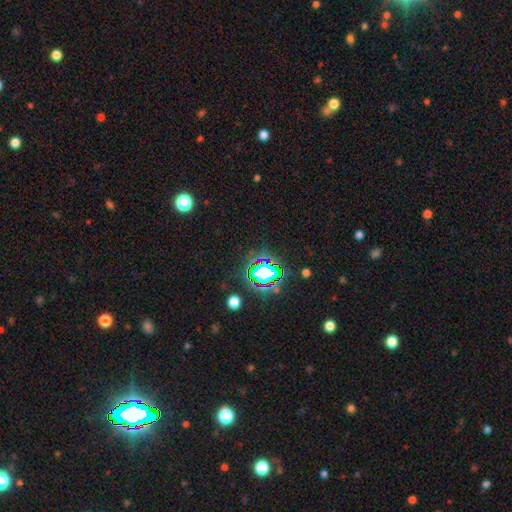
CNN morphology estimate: smooth-or-featured: star or artifact: 81% | smooth: 11% | featured or disk: 8%